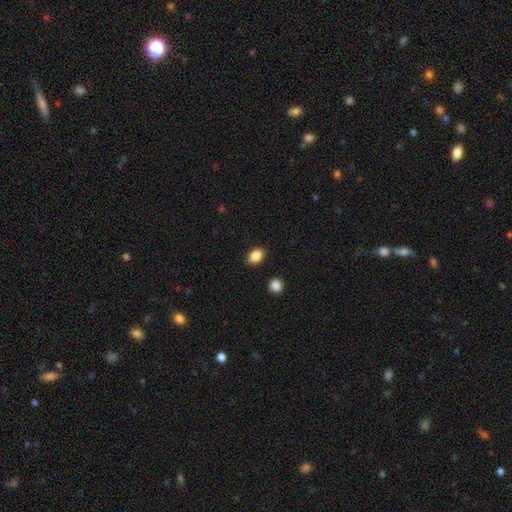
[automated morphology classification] This appears to be a smooth galaxy with no disk features (87%) that is in between round and cigar-shaped (78%). Merging: none (87%).